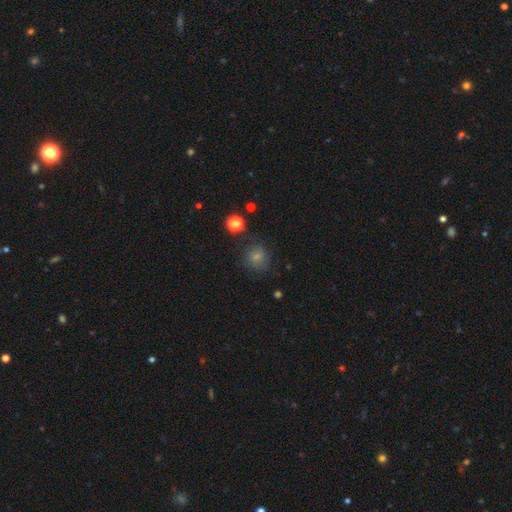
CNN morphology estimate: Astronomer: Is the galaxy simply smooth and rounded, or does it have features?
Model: smooth — 56%.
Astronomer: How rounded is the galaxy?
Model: round — 86%.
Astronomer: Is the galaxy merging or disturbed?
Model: none — 81%.